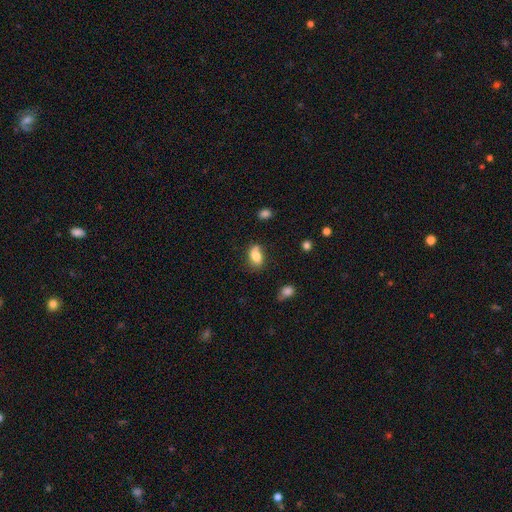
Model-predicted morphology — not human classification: This appears to be a smooth galaxy with no disk features (81%) that is in between round and cigar-shaped (85%). Merging: none (63%).